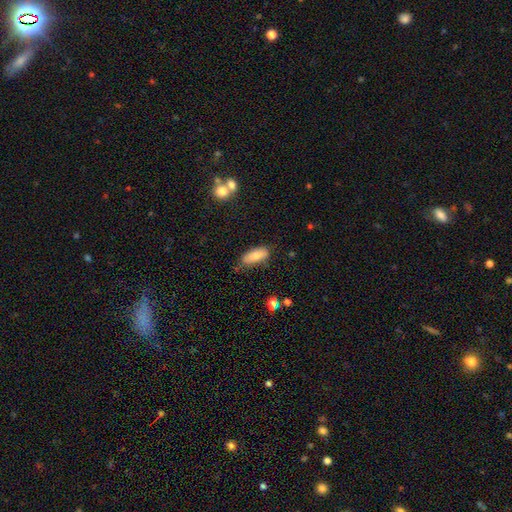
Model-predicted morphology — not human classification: Overall: smooth (78%). How rounded: in between (78%). Merging: none (68%).